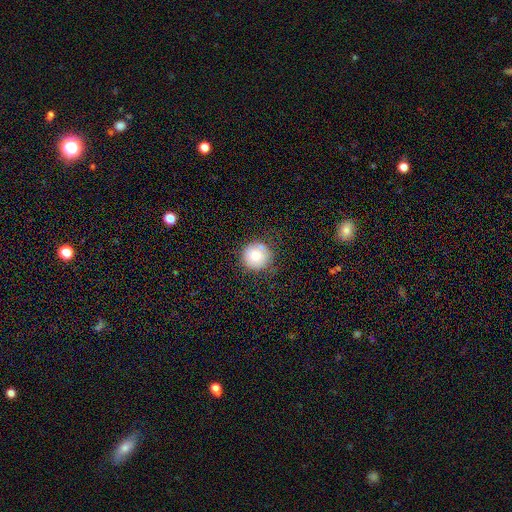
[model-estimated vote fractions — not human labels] Smooth or featured? smooth (78%)
How rounded? round (95%)
Merging? none (77%)